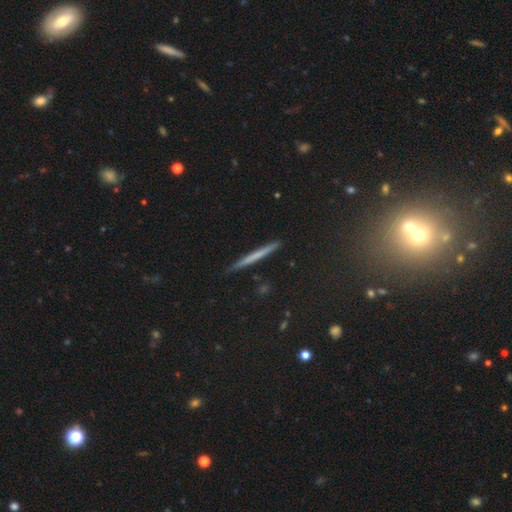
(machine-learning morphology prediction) Overall: smooth (53%; featured or disk 36%). How rounded: cigar-shaped (95%). Merging: none (90%).